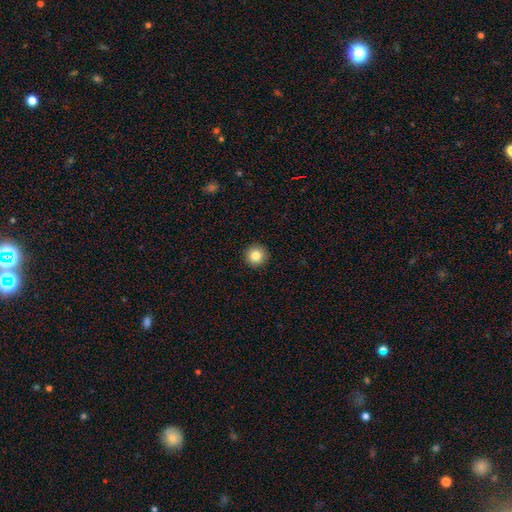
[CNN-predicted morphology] Smooth or featured? Predicted: smooth (p=0.83). How rounded? Predicted: round (p=0.96). Merging? Predicted: none (p=0.93).